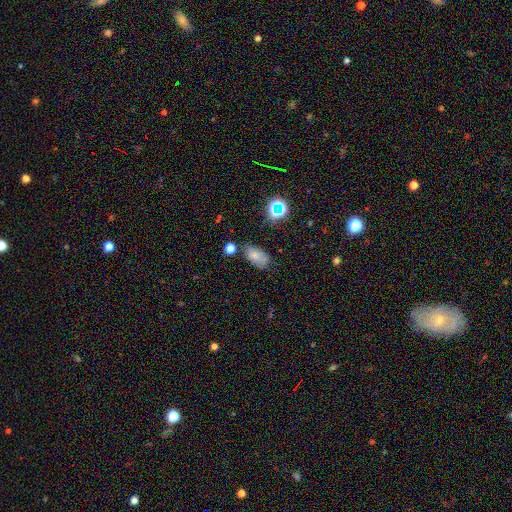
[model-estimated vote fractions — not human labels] This appears to be a smooth galaxy with no disk features (71%) that is in between round and cigar-shaped (90%). Merging: none (64%).